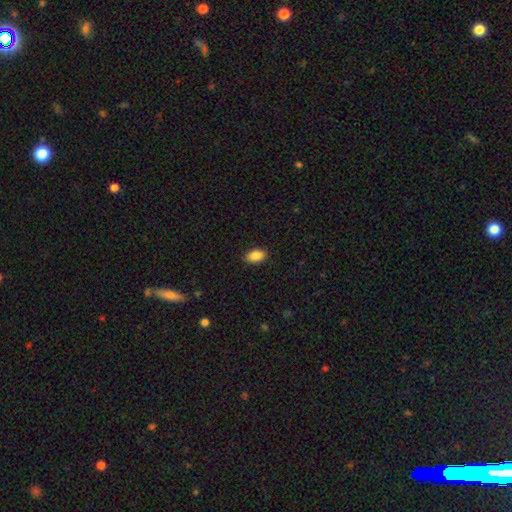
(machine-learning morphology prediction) smooth-or-featured: smooth: 88% | star or artifact: 8% | featured or disk: 4%
  how-rounded: in between: 91% | round: 7% | cigar-shaped: 2%
  merging: none: 89% | minor disturbance: 8% | major disturbance: 2% | merger: 1%